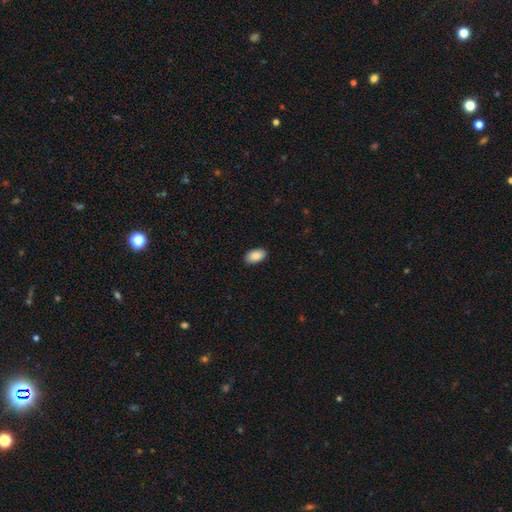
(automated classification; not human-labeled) Smooth or featured? smooth (89%)
How rounded? in between (94%)
Merging? none (89%)